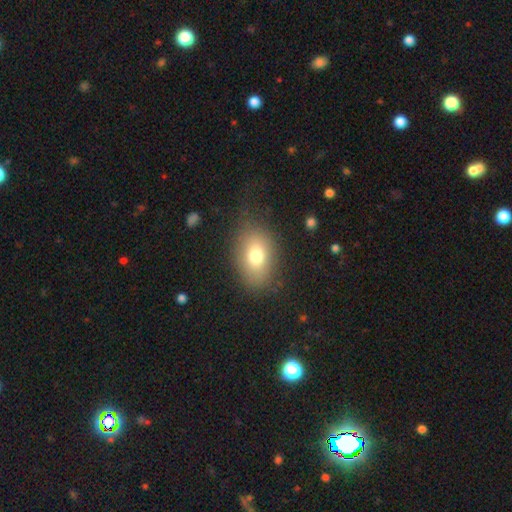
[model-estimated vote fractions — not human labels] smooth-or-featured: smooth: 76% | featured or disk: 14% | star or artifact: 10%
  how-rounded: in between: 83% | round: 16% | cigar-shaped: 1%
  merging: none: 78% | minor disturbance: 14% | major disturbance: 6% | merger: 1%